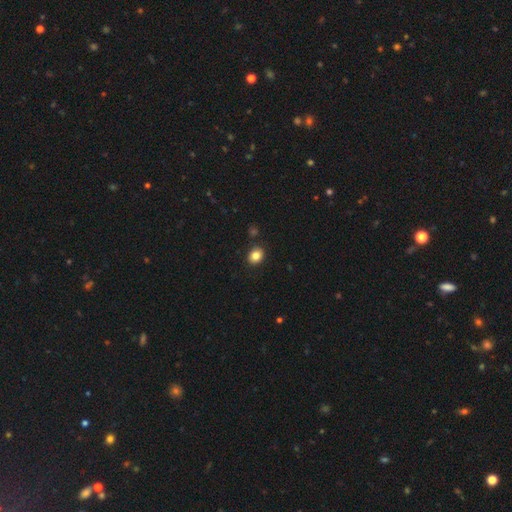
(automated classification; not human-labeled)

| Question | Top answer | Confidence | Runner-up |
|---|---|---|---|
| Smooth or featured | smooth | 84% | star or artifact (10%) |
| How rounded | round | 58% | in between (42%) |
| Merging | none | 87% | minor disturbance (8%) |